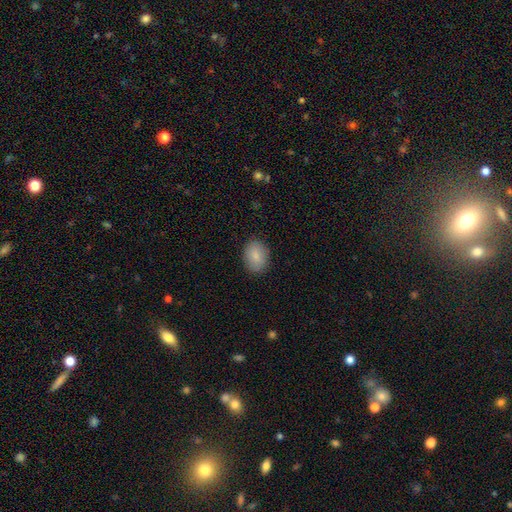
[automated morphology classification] Smooth or featured?
  - smooth: 87% *
  - star or artifact: 7%
  - featured or disk: 6%
How rounded?
  - in between: 66% *
  - round: 33%
  - cigar-shaped: 1%
Merging?
  - none: 88% *
  - minor disturbance: 9%
  - major disturbance: 2%
  - merger: 1%